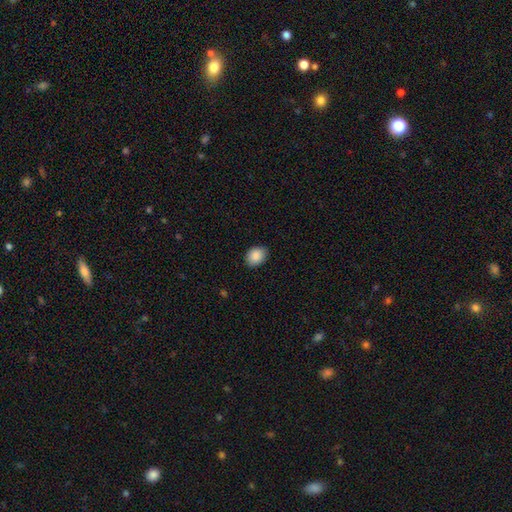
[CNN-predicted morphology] This appears to be a smooth galaxy with no disk features (89%) that is in between round and cigar-shaped (66%). Merging: none (86%).